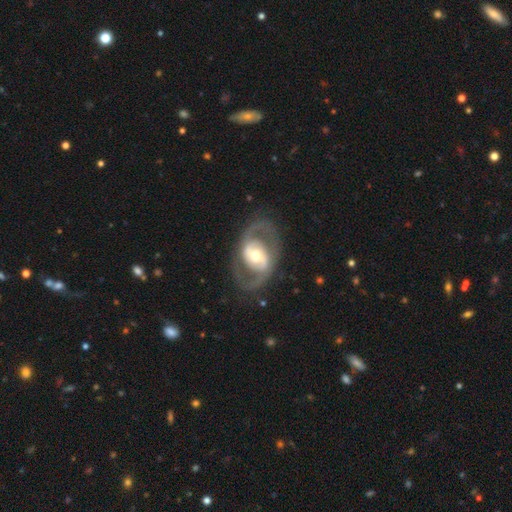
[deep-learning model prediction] Smooth or featured: featured or disk — 81% (smooth — 15%)
Edge-on disk: no — 95% (yes — 5%)
Bar: no — 42% (weak — 33%)
Spiral arms: yes — 71% (no — 29%)
Spiral winding: medium — 49% (loose — 29%)
Spiral arm count: 2 — 87% (can't tell — 7%)
Bulge size: moderate — 67% (large — 17%)
Merging: none — 76% (minor disturbance — 11%)